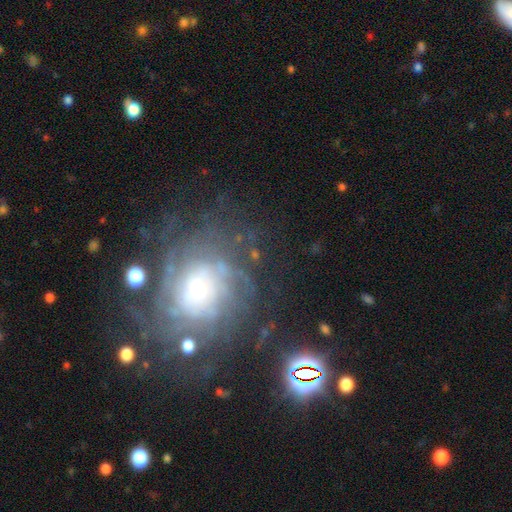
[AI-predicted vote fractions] smooth_or_featured: featured or disk (p=0.73) [alt: star or artifact p=0.15]
disk_edge_on: no (p=0.96) [alt: yes p=0.04]
bar: no (p=0.72) [alt: weak p=0.21]
has_spiral_arms: yes (p=0.91) [alt: no p=0.09]
spiral_winding: tight (p=0.72) [alt: medium p=0.21]
spiral_arm_count: can't tell (p=0.43) [alt: more than 4 p=0.21]
bulge_size: small (p=0.64) [alt: moderate p=0.28]
merging: none (p=0.77) [alt: minor disturbance p=0.12]